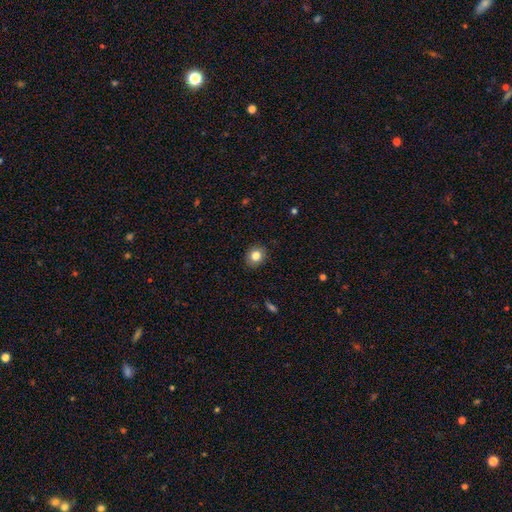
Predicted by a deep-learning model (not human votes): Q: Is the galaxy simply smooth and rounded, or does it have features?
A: smooth — 82%.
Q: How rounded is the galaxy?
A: round — 71%.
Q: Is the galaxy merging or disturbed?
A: none — 89%.